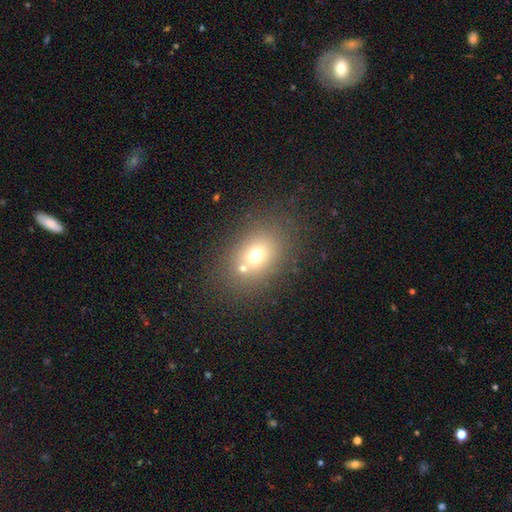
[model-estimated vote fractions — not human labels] Smooth or featured?
  - smooth: 66% *
  - featured or disk: 17%
  - star or artifact: 16%
How rounded?
  - in between: 61% *
  - round: 38%
  - cigar-shaped: 1%
Merging?
  - none: 63% *
  - merger: 21%
  - minor disturbance: 11%
  - major disturbance: 5%